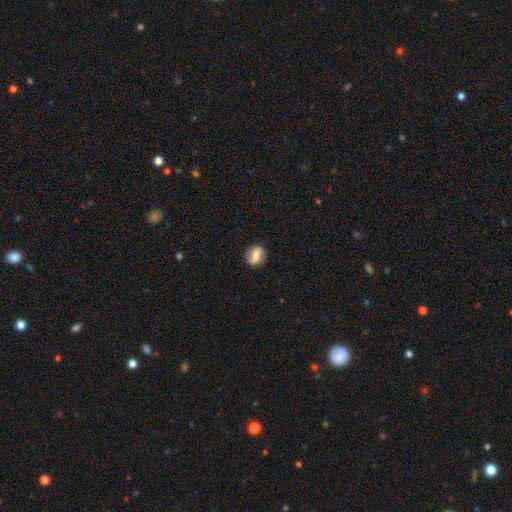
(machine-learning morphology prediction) This appears to be a featured or disk galaxy (53%) with a strong bar (49%), spiral arms (79%) and a moderate central bulge (36%). Merging: none (84%).